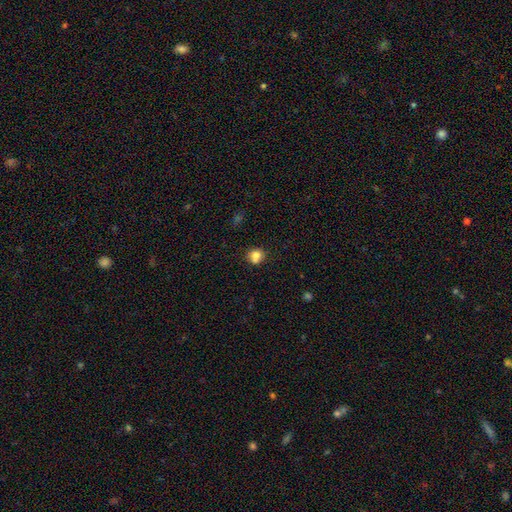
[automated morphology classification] A smooth galaxy with no disk features (80%) that is round (78%).

Vote fractions:
- Smooth or featured? smooth: 80% / star or artifact: 11% / featured or disk: 9%
- How rounded? round: 78% / in between: 21% / cigar-shaped: 1%
- Merging? none: 63% / minor disturbance: 18% / merger: 15% / major disturbance: 5%